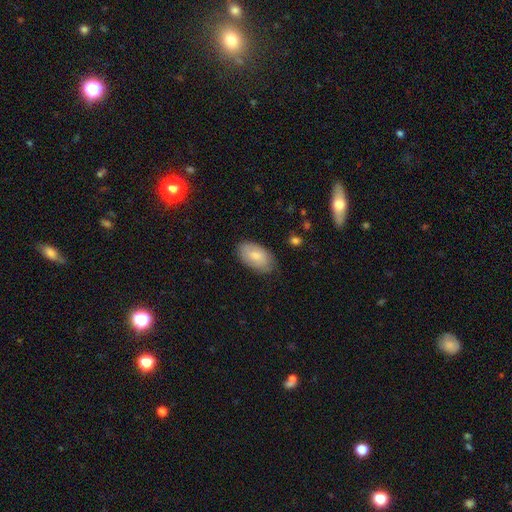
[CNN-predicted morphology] Overall: smooth (75%). How rounded: in between (94%). Merging: none (77%).